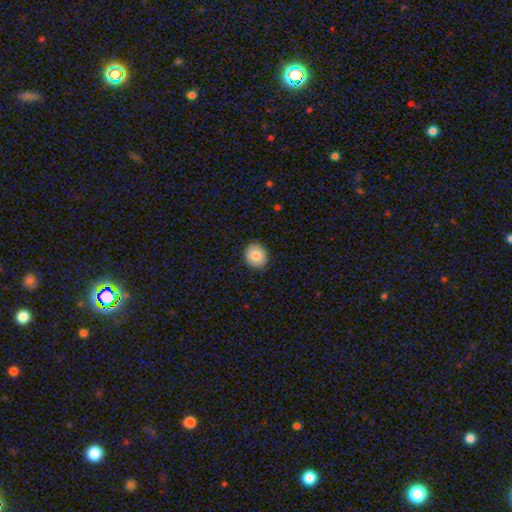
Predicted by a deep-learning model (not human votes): smooth_or_featured: smooth (p=0.83) [alt: featured or disk p=0.09]
how_rounded: round (p=0.76) [alt: in between p=0.23]
merging: none (p=0.90) [alt: minor disturbance p=0.08]